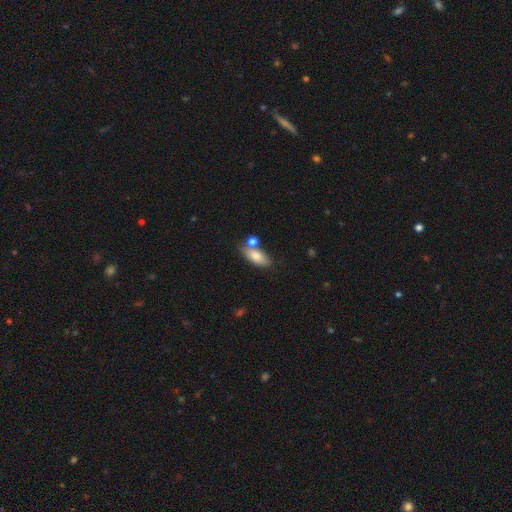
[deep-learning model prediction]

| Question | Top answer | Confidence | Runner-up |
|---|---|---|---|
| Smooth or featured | smooth | 78% | featured or disk (15%) |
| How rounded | in between | 83% | cigar-shaped (13%) |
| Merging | none | 61% | merger (20%) |